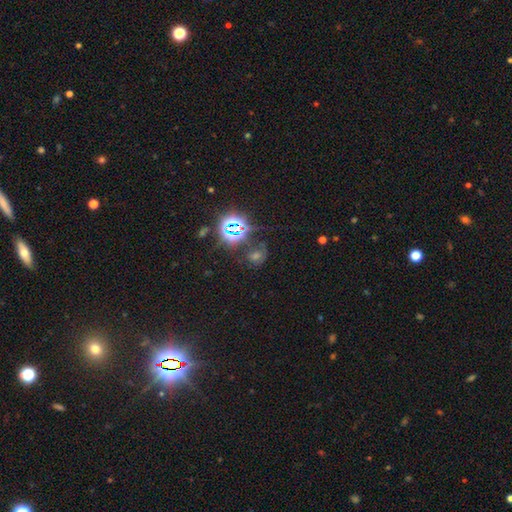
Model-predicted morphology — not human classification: This is likely a star or artifact rather than a galaxy (63%).